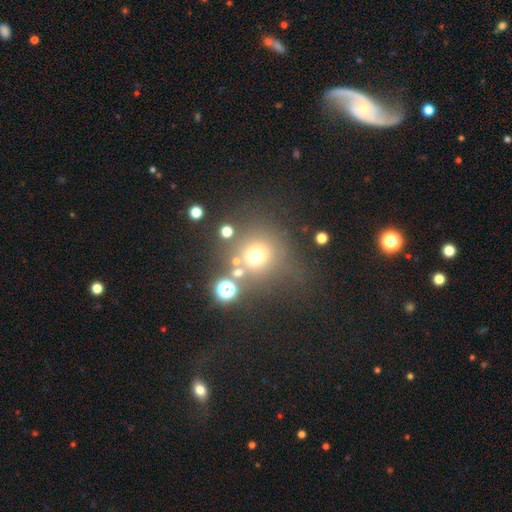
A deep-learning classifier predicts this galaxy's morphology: Smooth or featured? smooth (66%)
How rounded? round (92%)
Merging? none (69%)